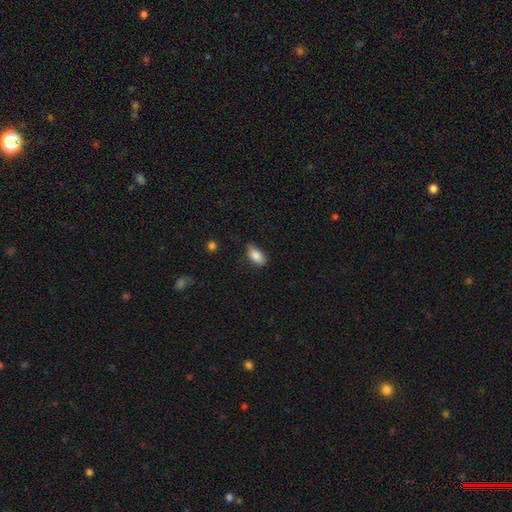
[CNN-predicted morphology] This is clearly a smooth galaxy (86%). How rounded: clearly in between (90%). Merging: likely none (66%).